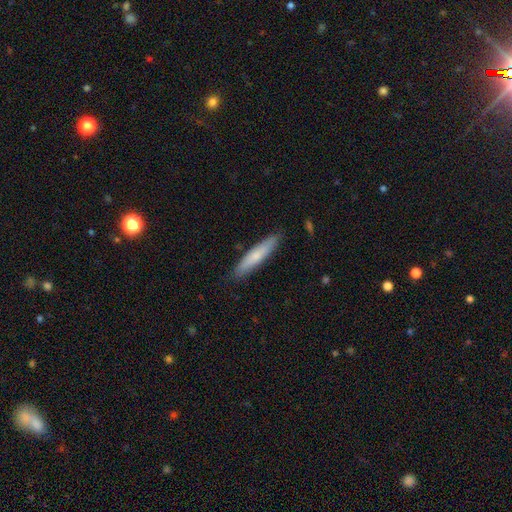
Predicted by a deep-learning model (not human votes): Q: Smooth or featured?
A: smooth (70%); runner-up: featured or disk (25%)
Q: How rounded?
A: cigar-shaped (88%); runner-up: in between (11%)
Q: Merging?
A: none (87%); runner-up: minor disturbance (10%)